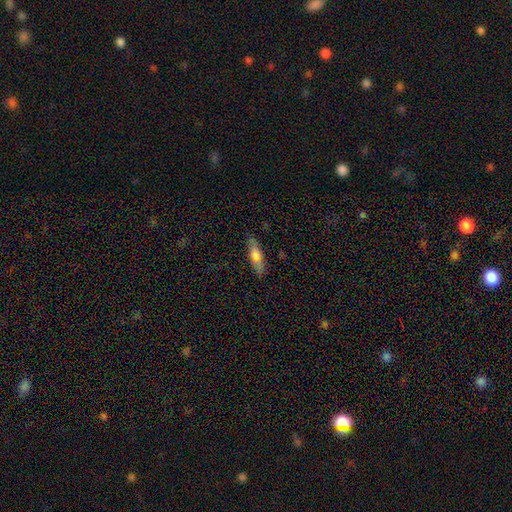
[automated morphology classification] Smooth or featured?
  - smooth: 69% *
  - featured or disk: 25%
  - star or artifact: 7%
How rounded?
  - cigar-shaped: 50% *
  - in between: 48%
  - round: 2%
Merging?
  - none: 85% *
  - minor disturbance: 11%
  - major disturbance: 3%
  - merger: 1%